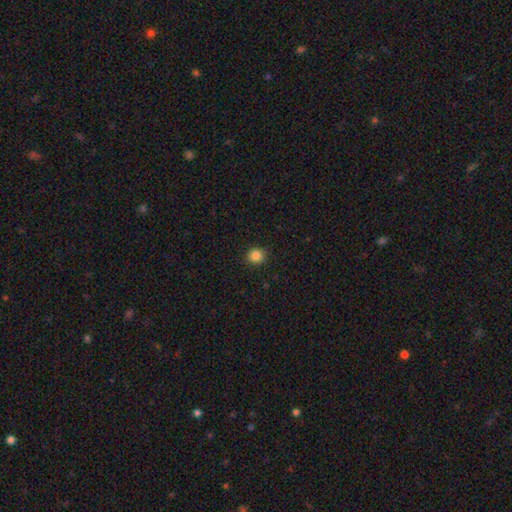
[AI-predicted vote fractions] Smooth or featured? smooth (85%)
How rounded? round (85%)
Merging? none (91%)